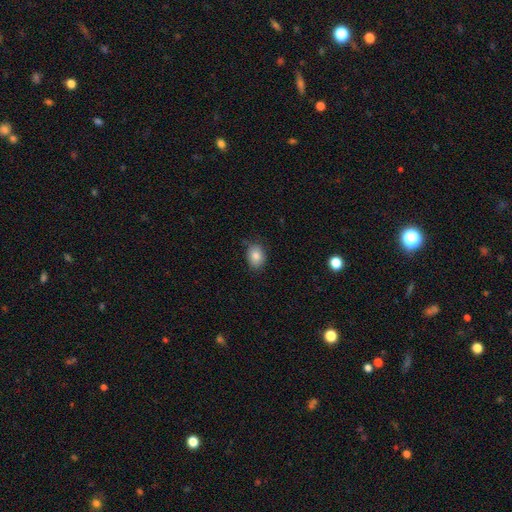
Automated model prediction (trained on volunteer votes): The model was most divided on "how rounded": in between: 63%, round: 36%, cigar-shaped: 1%. More confident: smooth or featured — smooth (85%); merging — none (79%).